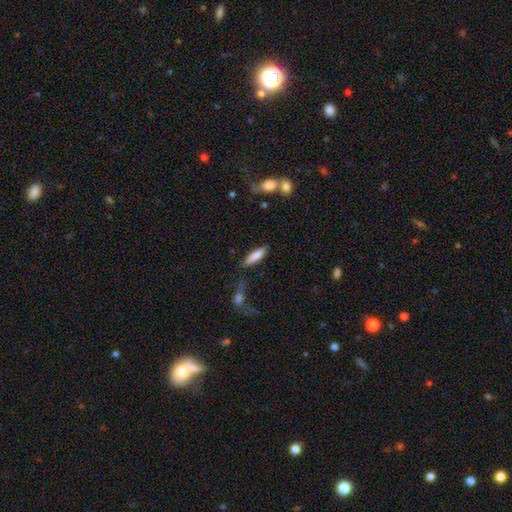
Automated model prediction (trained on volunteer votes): A smooth galaxy with no disk features (79%) that is cigar-shaped (66%). Merging: none (78%).